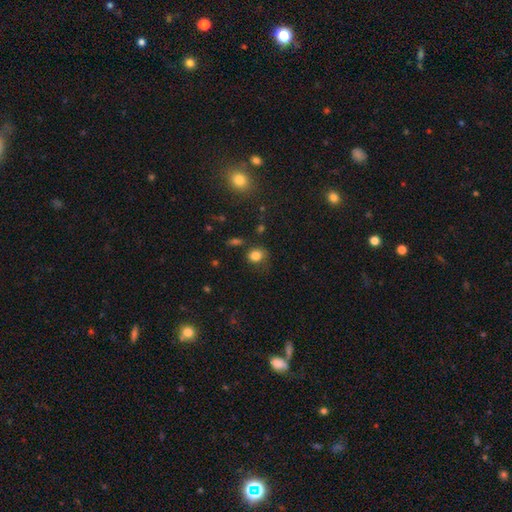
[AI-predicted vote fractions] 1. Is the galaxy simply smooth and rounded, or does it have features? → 81% smooth, 12% star or artifact, 7% featured or disk.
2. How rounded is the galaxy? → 70% round, 29% in between, 1% cigar-shaped.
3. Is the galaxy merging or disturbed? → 67% none, 21% minor disturbance, 9% major disturbance, 3% merger.